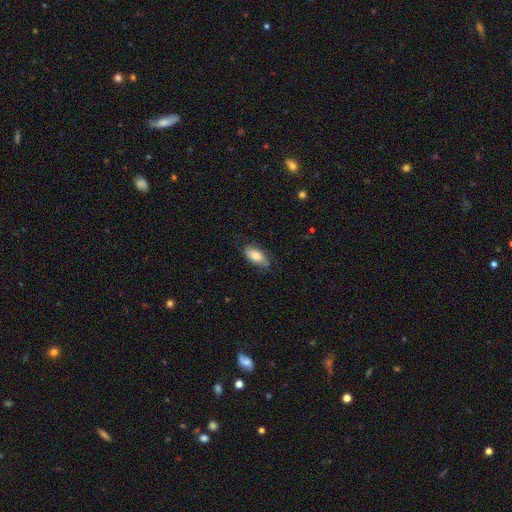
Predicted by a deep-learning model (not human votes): Smooth or featured: smooth — 79% (featured or disk — 15%)
How rounded: in between — 88% (cigar-shaped — 8%)
Merging: none — 69% (minor disturbance — 24%)